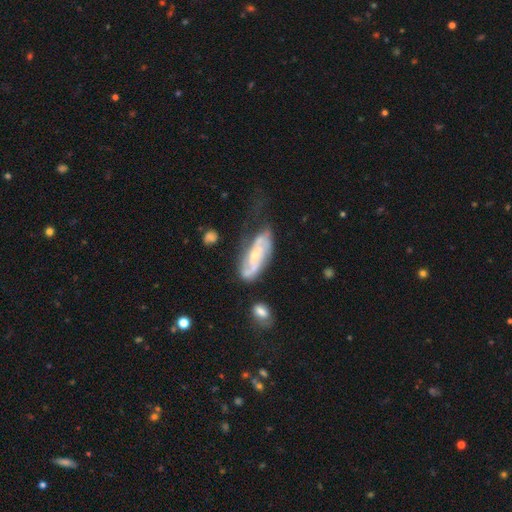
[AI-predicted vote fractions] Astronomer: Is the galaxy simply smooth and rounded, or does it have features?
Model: featured or disk — 75%.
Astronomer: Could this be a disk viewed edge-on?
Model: no — 88%.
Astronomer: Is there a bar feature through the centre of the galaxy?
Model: no — 54% (runner-up: weak, 32%).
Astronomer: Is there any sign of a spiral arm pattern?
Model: yes — 86%.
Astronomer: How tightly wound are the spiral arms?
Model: medium — 39% (runner-up: tight, 38%).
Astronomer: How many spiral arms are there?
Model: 2 — 56%.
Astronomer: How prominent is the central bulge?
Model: small — 59% (runner-up: moderate, 36%).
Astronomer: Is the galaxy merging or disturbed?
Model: none — 48% (runner-up: minor disturbance, 28%).